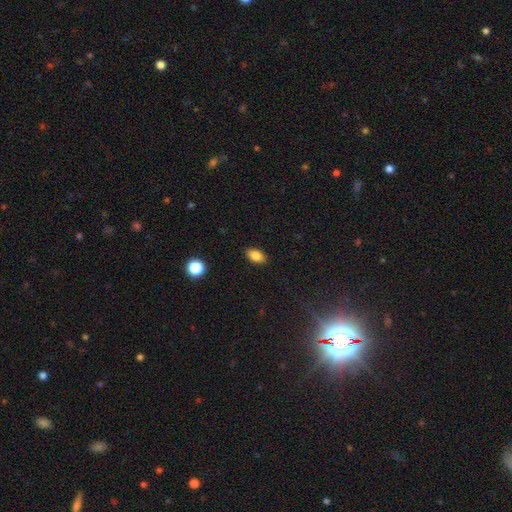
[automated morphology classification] smooth 85%, star or artifact 9%, featured or disk 6%. Down the decision tree: how rounded — in between (89%); merging — none (88%).